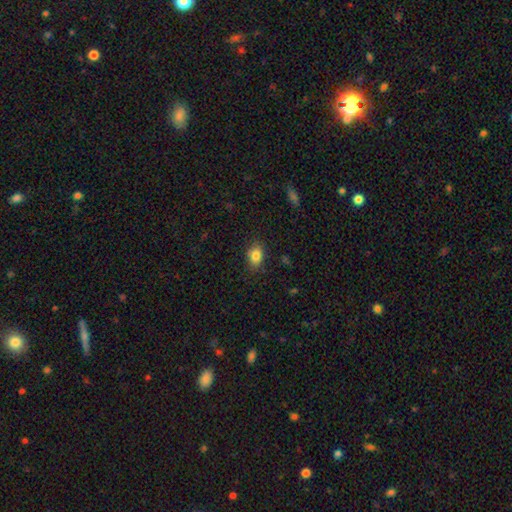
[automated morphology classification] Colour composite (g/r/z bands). It shows a smooth galaxy with no disk features (83%) that is in between round and cigar-shaped (79%). Merging: none (84%).